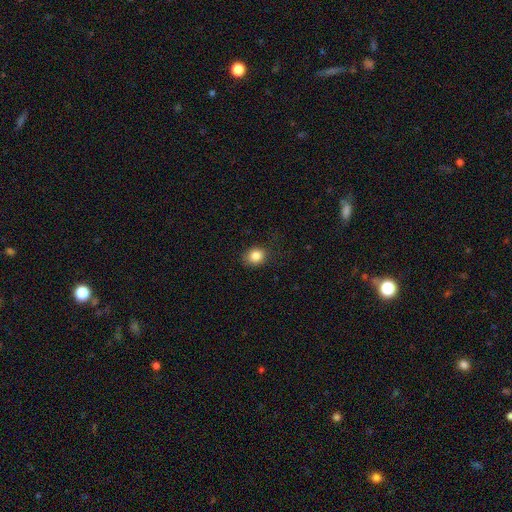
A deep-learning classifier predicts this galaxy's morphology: This appears to be a smooth galaxy with no disk features (85%) that is round (63%). Merging: none (81%).